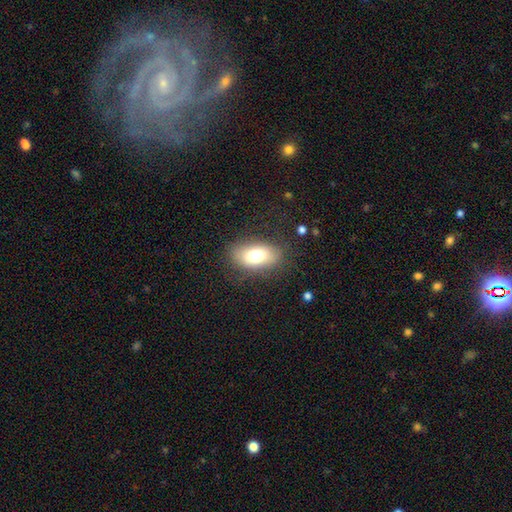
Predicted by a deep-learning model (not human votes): Smooth or featured?
  - smooth: 74% *
  - featured or disk: 18%
  - star or artifact: 9%
How rounded?
  - in between: 89% *
  - round: 7%
  - cigar-shaped: 4%
Merging?
  - none: 80% *
  - minor disturbance: 14%
  - major disturbance: 6%
  - merger: 1%